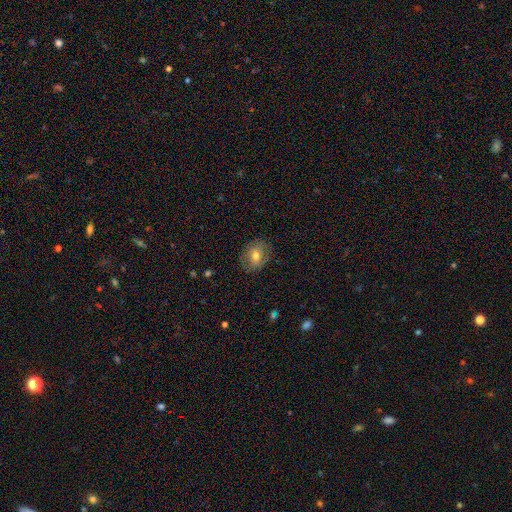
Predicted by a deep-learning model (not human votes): smooth_or_featured: smooth (p=0.63) [alt: featured or disk p=0.28]
how_rounded: in between (p=0.49) [tied with: round p=0.49]
merging: none (p=0.81) [alt: minor disturbance p=0.14]